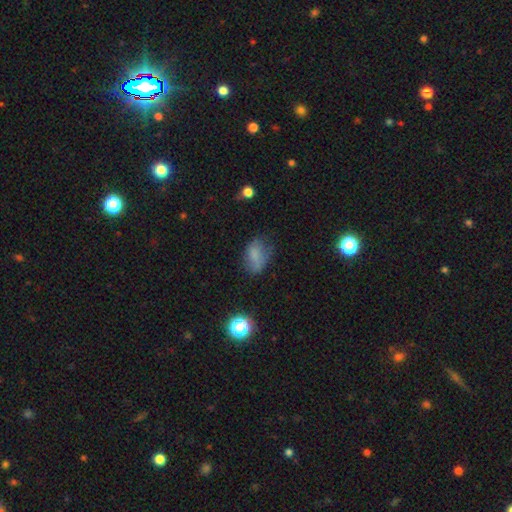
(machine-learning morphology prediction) smooth-or-featured: smooth: 70% | featured or disk: 16% | star or artifact: 14%
  how-rounded: in between: 84% | round: 14% | cigar-shaped: 2%
  merging: none: 50% | minor disturbance: 31% | major disturbance: 17% | merger: 2%